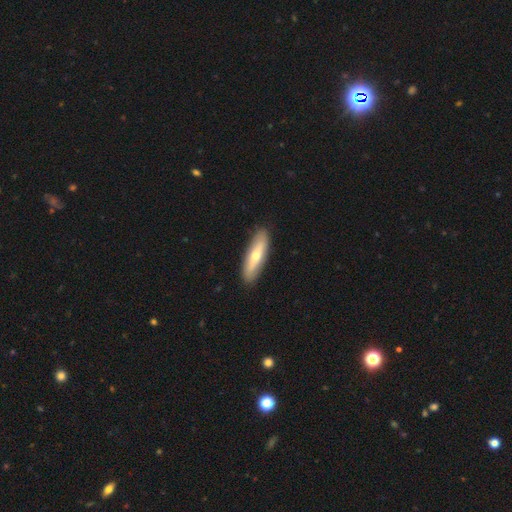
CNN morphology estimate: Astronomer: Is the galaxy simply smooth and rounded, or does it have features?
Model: smooth — 57% (runner-up: featured or disk, 37%).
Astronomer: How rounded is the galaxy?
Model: cigar-shaped — 63%.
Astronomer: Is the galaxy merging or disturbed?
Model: none — 89%.